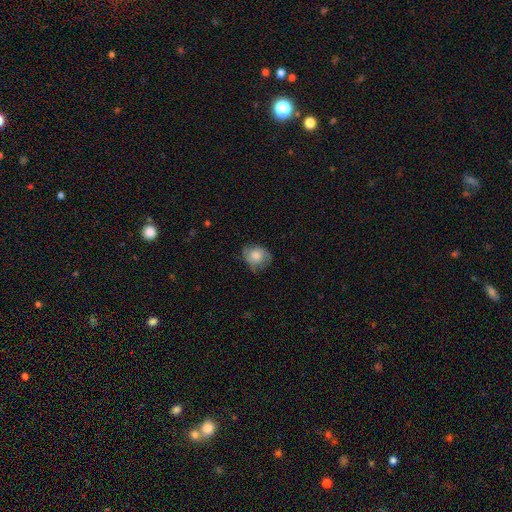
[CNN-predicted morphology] The model was most divided on "how rounded": round: 62%, in between: 37%, cigar-shaped: 1%. More confident: smooth or featured — smooth (67%); merging — none (59%).